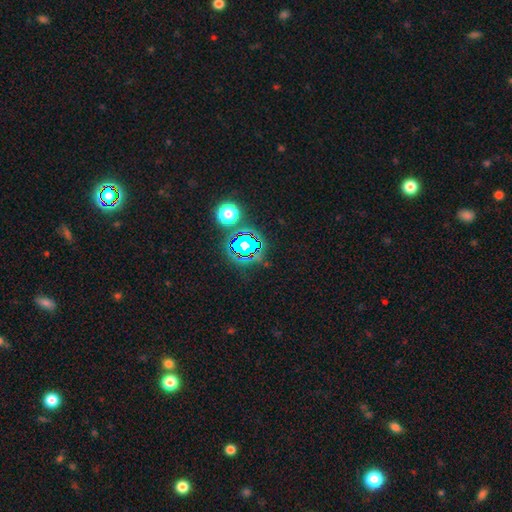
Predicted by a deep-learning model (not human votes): Overall: star or artifact (80%).